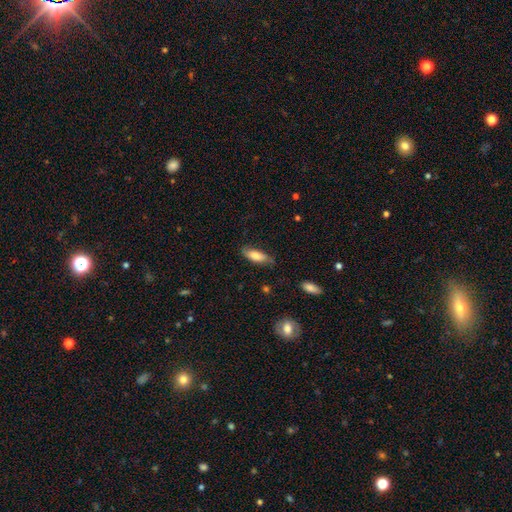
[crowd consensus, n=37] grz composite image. It shows a smooth galaxy with no disk features (76%) that is in between round and cigar-shaped (71%). Merging: none (49%, tied with minor disturbance).